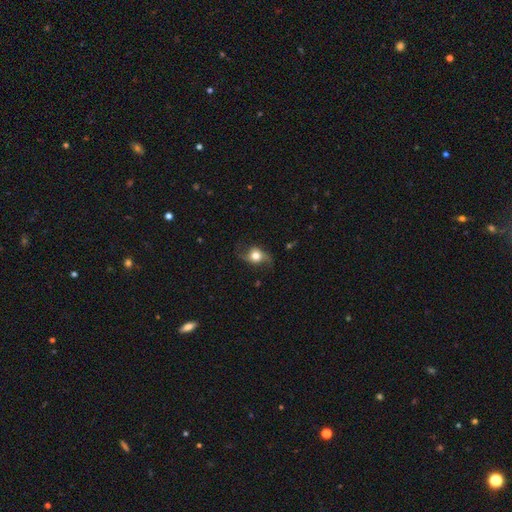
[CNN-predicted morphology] This is possibly a featured or disk galaxy (54%). It is clearly not viewed edge-on (90%). Merging: likely none (70%).